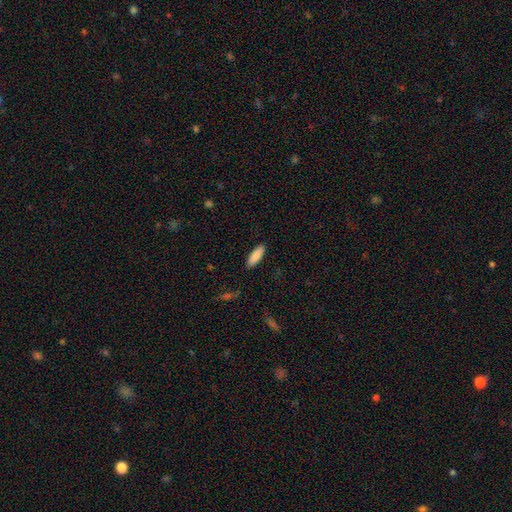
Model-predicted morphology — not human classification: Smooth or featured? Predicted: smooth (p=0.86). How rounded? Predicted: cigar-shaped (p=0.49, tied with in between). Merging? Predicted: none (p=0.89).